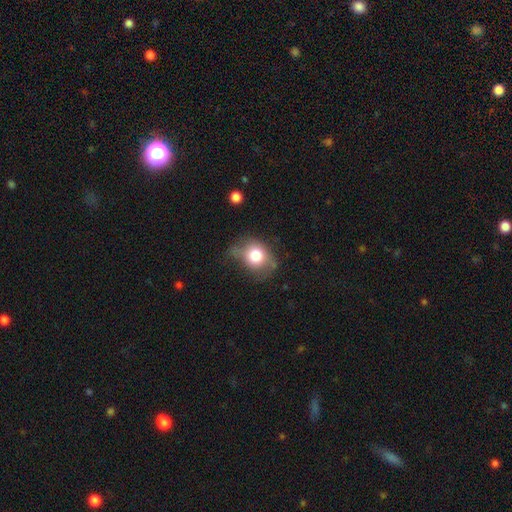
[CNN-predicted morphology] Smooth or featured: smooth — 72% (featured or disk — 18%)
How rounded: round — 59% (in between — 40%)
Merging: none — 45% (minor disturbance — 34%)